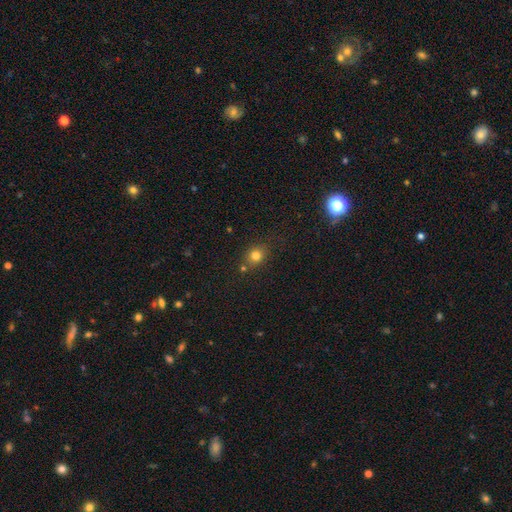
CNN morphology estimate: type=smooth (78%); roundness=round (76%); merging=none (73%).